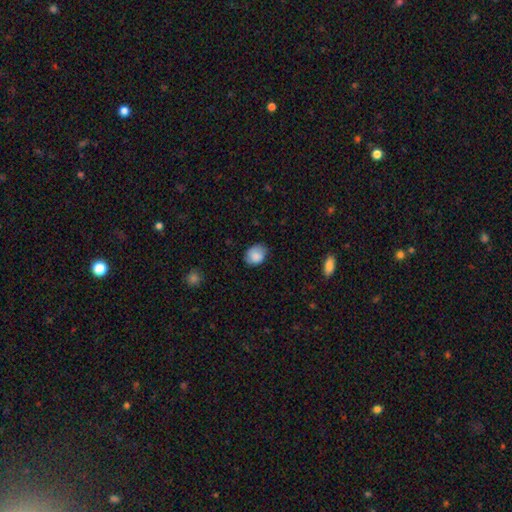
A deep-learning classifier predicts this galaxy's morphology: Smooth or featured: smooth — 85% (star or artifact — 8%)
How rounded: in between — 53% (round — 46%)
Merging: none — 72% (minor disturbance — 23%)